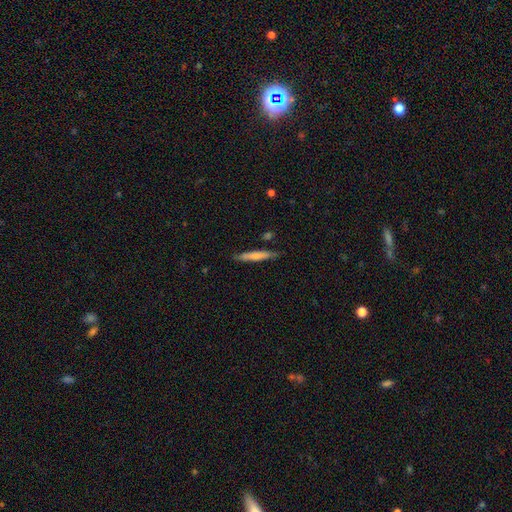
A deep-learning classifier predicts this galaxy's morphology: Smooth or featured? Predicted: smooth (p=0.69). How rounded? Predicted: cigar-shaped (p=0.94). Merging? Predicted: none (p=0.83).